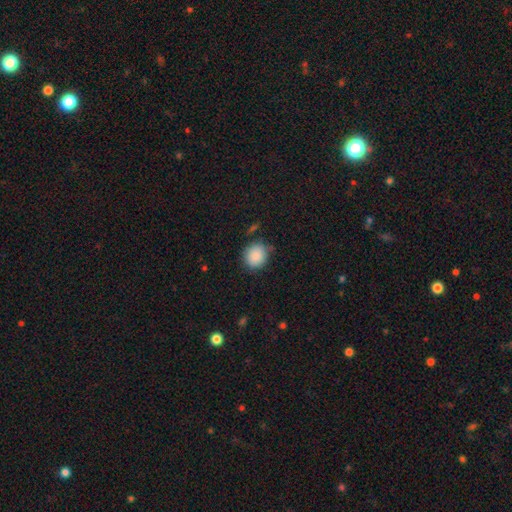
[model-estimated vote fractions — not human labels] Morphology: type=smooth (88%); roundness=round (80%); merging=none (76%).